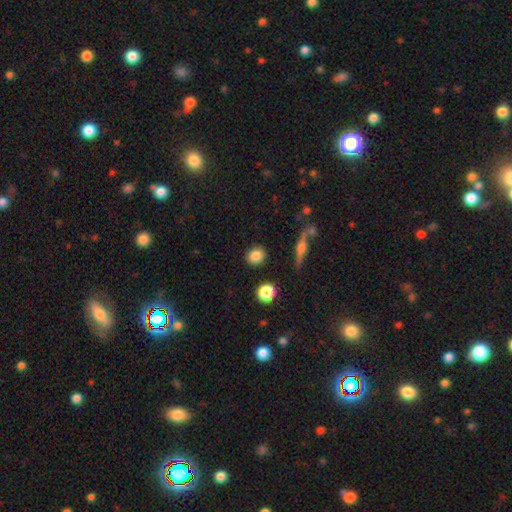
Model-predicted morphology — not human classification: Smooth or featured: smooth — 84% (star or artifact — 9%)
How rounded: round — 74% (in between — 24%)
Merging: none — 89% (minor disturbance — 7%)